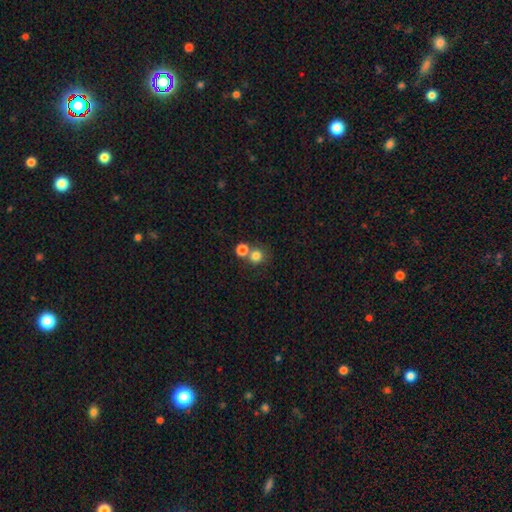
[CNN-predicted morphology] A smooth galaxy with no disk features (80%) that is round (88%).

Vote fractions:
- Smooth or featured? smooth: 80% / star or artifact: 13% / featured or disk: 7%
- How rounded? round: 88% / in between: 11% / cigar-shaped: 1%
- Merging? none: 56% / merger: 34% / minor disturbance: 7% / major disturbance: 3%